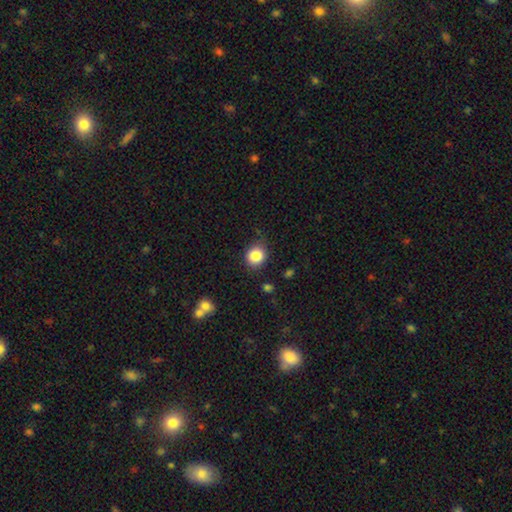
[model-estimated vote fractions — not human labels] Smooth or featured?
  - smooth: 85% *
  - star or artifact: 10%
  - featured or disk: 5%
How rounded?
  - round: 75% *
  - in between: 24%
  - cigar-shaped: 1%
Merging?
  - none: 81% *
  - minor disturbance: 14%
  - major disturbance: 3%
  - merger: 2%